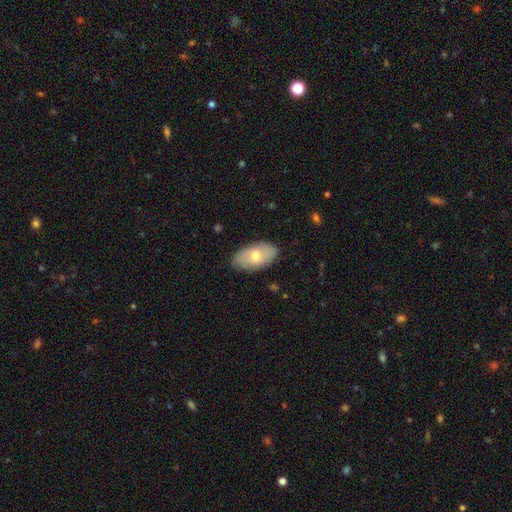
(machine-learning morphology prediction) The model was most divided on "smooth or featured": smooth: 62%, featured or disk: 32%, star or artifact: 6%. More confident: how rounded — in between (94%); merging — none (83%).